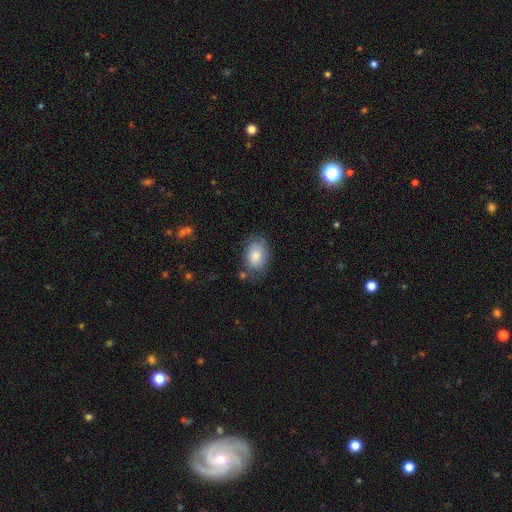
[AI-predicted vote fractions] smooth-or-featured: smooth: 81% | featured or disk: 12% | star or artifact: 7%
  how-rounded: in between: 80% | round: 19% | cigar-shaped: 1%
  merging: none: 69% | minor disturbance: 21% | major disturbance: 6% | merger: 4%